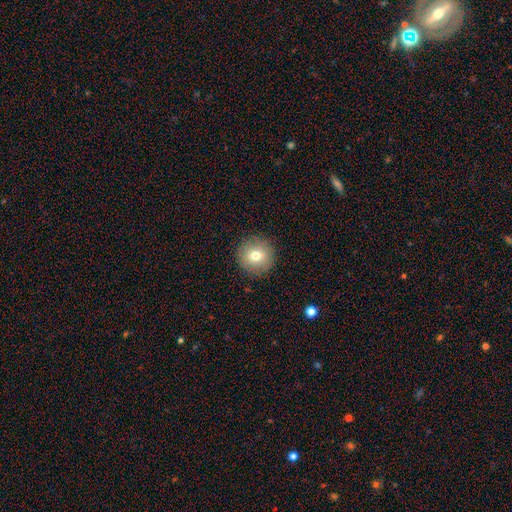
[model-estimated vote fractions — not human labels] This appears to be a smooth galaxy with no disk features (75%) that is round (95%). Merging: none (91%).